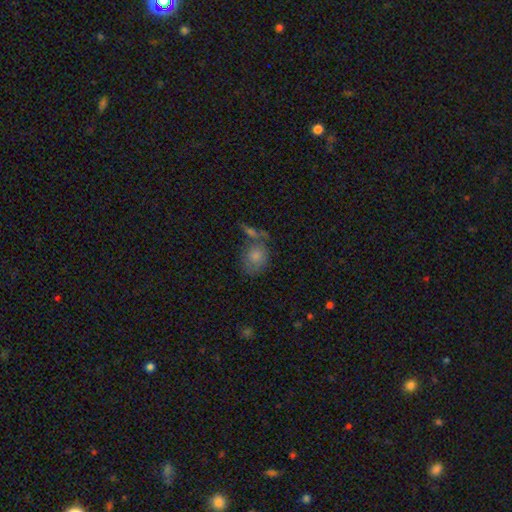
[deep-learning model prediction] Smooth or featured?
  - smooth: 68% *
  - featured or disk: 18%
  - star or artifact: 14%
How rounded?
  - in between: 52% *
  - round: 47%
  - cigar-shaped: 2%
Merging?
  - none: 53% *
  - merger: 21%
  - minor disturbance: 18%
  - major disturbance: 8%